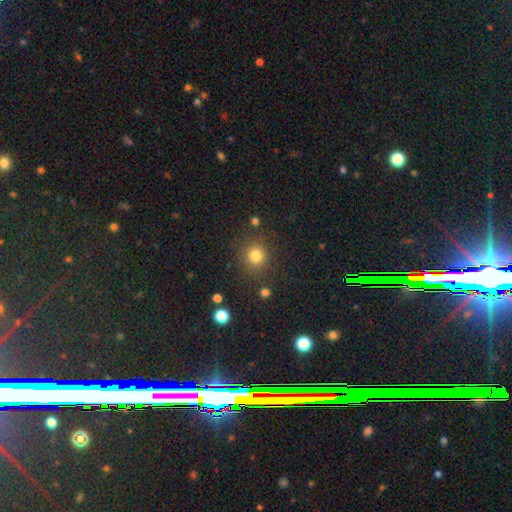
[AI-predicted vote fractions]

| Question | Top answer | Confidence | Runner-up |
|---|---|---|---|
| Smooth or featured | smooth | 81% | star or artifact (14%) |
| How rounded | round | 92% | in between (7%) |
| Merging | none | 85% | minor disturbance (8%) |